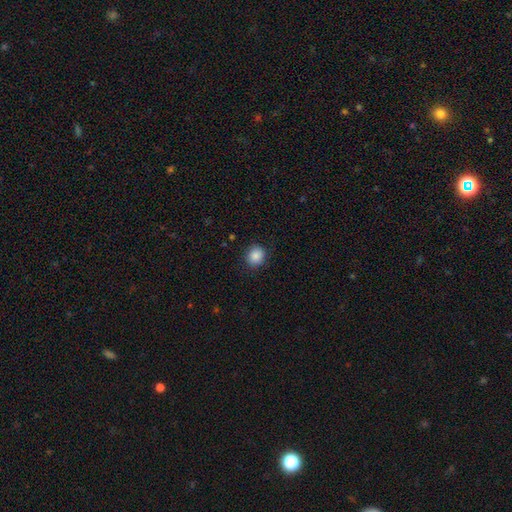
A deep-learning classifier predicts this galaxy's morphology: Smooth or featured? smooth (86%)
How rounded? round (77%)
Merging? none (87%)